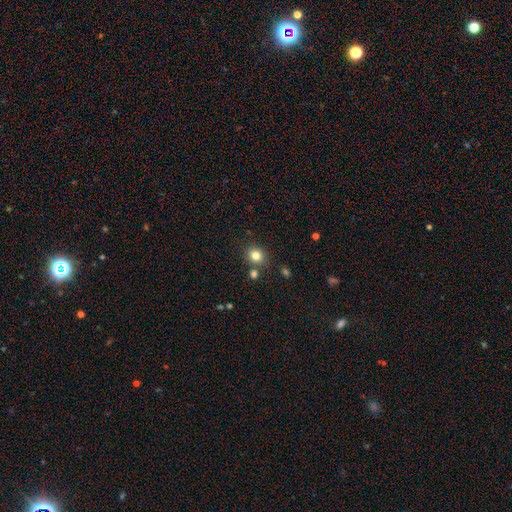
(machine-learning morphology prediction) Smooth or featured? smooth (81%)
How rounded? round (77%)
Merging? none (79%)